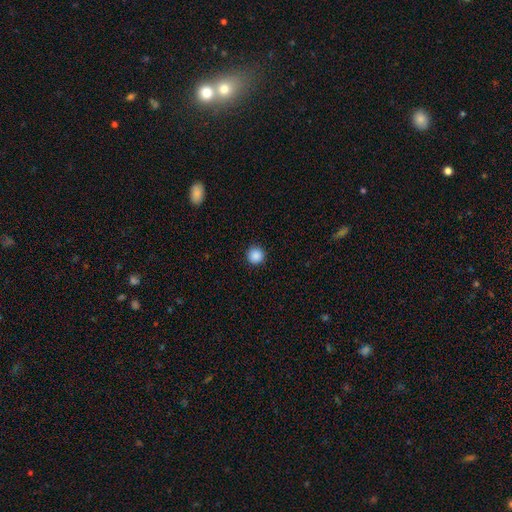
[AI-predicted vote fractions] smooth 88%, star or artifact 9%, featured or disk 3%. Down the decision tree: how rounded — round (96%); merging — none (92%).